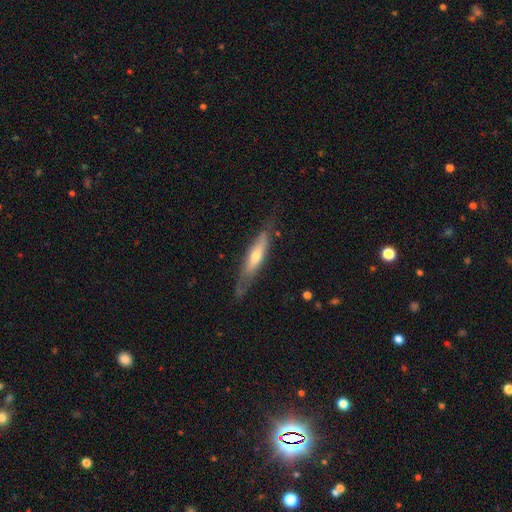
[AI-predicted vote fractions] A featured or disk galaxy (57%) viewed edge-on (73%). Merging: none (67%).